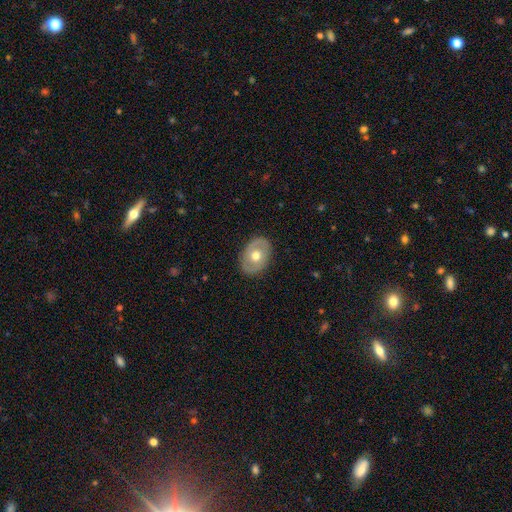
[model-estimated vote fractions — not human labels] A smooth galaxy with no disk features (48%). Merging: none (85%).